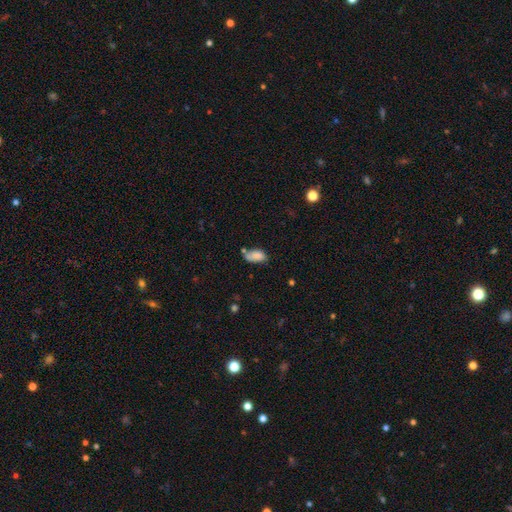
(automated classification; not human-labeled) smooth_or_featured: smooth (p=0.79) [alt: featured or disk p=0.11]
how_rounded: in between (p=0.92) [alt: round p=0.05]
merging: none (p=0.45) [alt: minor disturbance p=0.28]